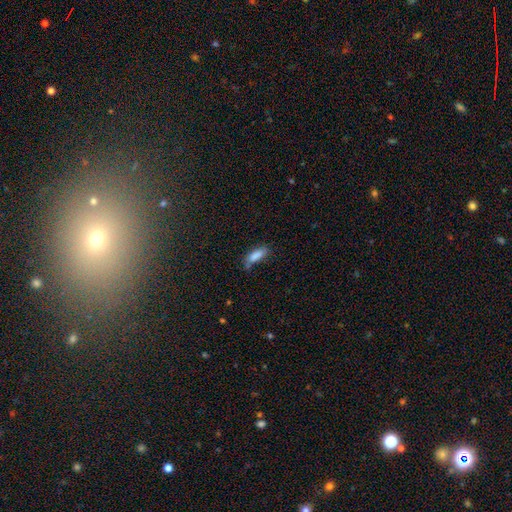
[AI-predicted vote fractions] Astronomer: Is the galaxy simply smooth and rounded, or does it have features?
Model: smooth — 83%.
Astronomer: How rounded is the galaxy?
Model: in between — 66%.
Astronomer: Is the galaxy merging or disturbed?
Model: none — 54% (runner-up: minor disturbance, 29%).